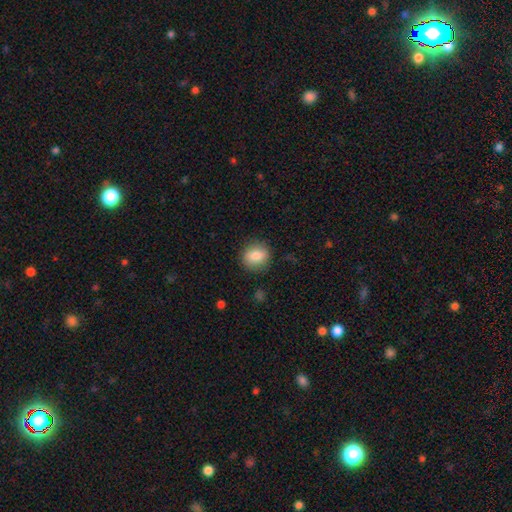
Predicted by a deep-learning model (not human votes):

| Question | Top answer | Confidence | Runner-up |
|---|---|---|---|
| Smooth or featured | smooth | 82% | featured or disk (9%) |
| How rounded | round | 78% | in between (21%) |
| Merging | none | 87% | minor disturbance (9%) |